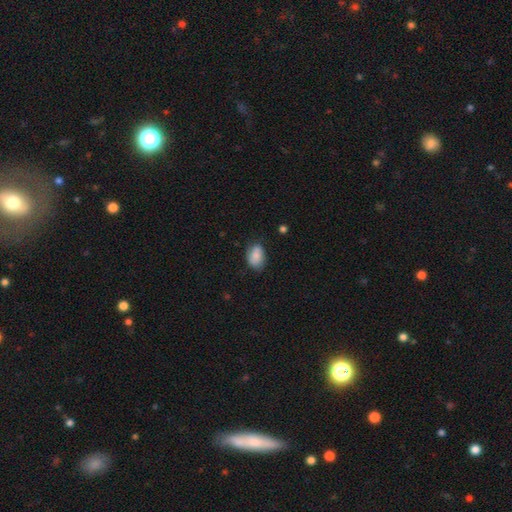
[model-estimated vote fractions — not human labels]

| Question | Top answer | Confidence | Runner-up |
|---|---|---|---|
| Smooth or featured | smooth | 82% | featured or disk (11%) |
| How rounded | in between | 84% | round (15%) |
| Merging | none | 68% | minor disturbance (25%) |